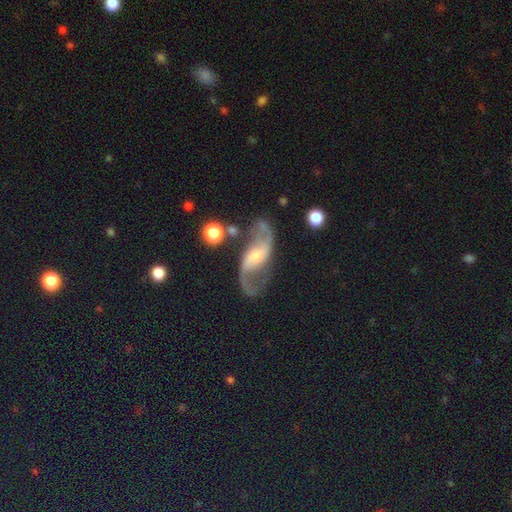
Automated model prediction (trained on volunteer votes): featured or disk 88%, smooth 7%, star or artifact 5%. Down the decision tree: edge-on disk — no (96%); bar — weak (44%); spiral arms — yes (96%); spiral arm count — 2 (93%); spiral winding — loose (70%); bulge size — small (45%); merging — none (68%).